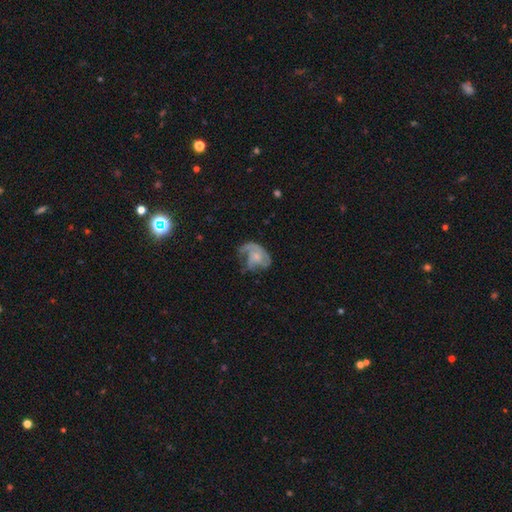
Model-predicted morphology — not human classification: Smooth or featured? featured or disk (73%)
Edge-on disk? no (98%)
Bar? no (76%)
Spiral arms? yes (88%)
Spiral winding? medium (42%)
Spiral arm count? 2 (29%)
Bulge size? small (55%)
Merging? none (39%)